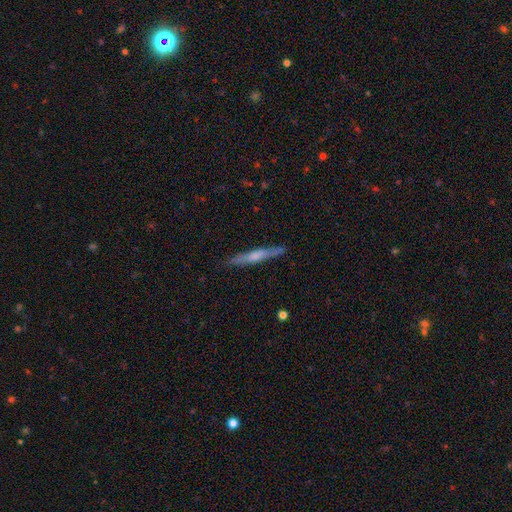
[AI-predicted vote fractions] smooth_or_featured: featured or disk (p=0.54) [alt: smooth p=0.40]
disk_edge_on: yes (p=0.95) [alt: no p=0.05]
edge_on_bulge: rounded (p=0.54) [alt: none p=0.33]
merging: none (p=0.88) [alt: minor disturbance p=0.09]